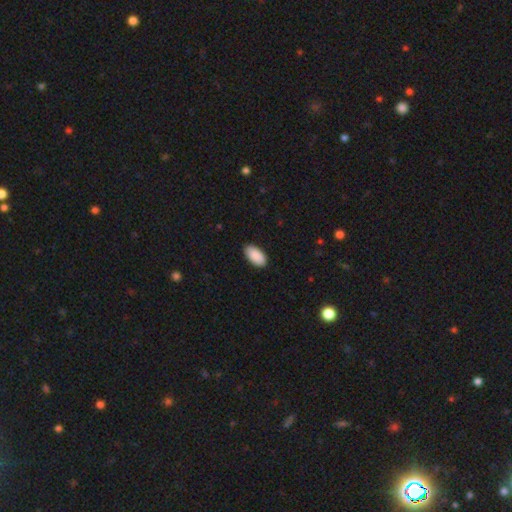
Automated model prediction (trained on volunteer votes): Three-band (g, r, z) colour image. It shows a smooth galaxy with no disk features (91%) that is in between round and cigar-shaped (96%). Merging: none (87%).